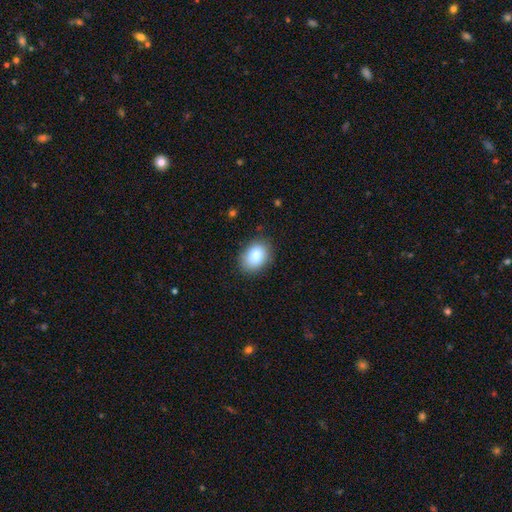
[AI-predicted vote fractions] This is clearly a smooth galaxy (85%). How rounded: likely in between (76%). Merging: clearly none (83%).